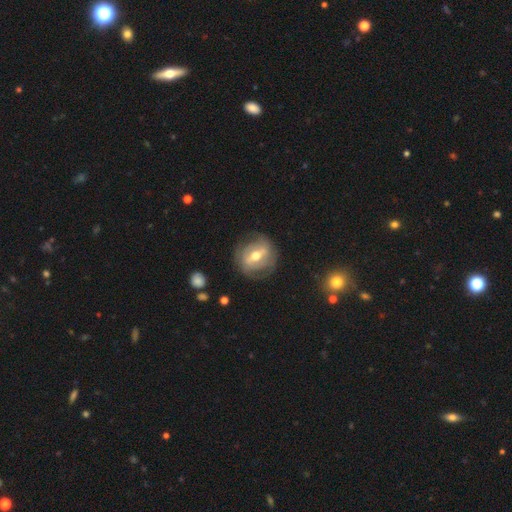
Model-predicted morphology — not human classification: smooth_or_featured: featured or disk (p=0.68) [alt: smooth p=0.26]
disk_edge_on: no (p=0.91) [alt: yes p=0.09]
bar: strong (p=0.49) [alt: weak p=0.35]
has_spiral_arms: yes (p=0.59) [alt: no p=0.41]
bulge_size: moderate (p=0.73) [alt: small p=0.19]
merging: none (p=0.73) [alt: minor disturbance p=0.17]